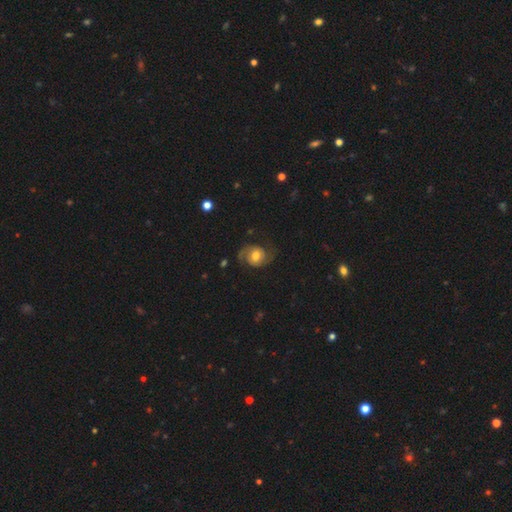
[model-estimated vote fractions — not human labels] smooth_or_featured: featured or disk (p=0.72) [alt: smooth p=0.21]
disk_edge_on: no (p=0.98) [alt: yes p=0.02]
bar: no (p=0.57) [alt: weak p=0.35]
has_spiral_arms: yes (p=0.92) [alt: no p=0.08]
spiral_winding: medium (p=0.47) [alt: loose p=0.33]
spiral_arm_count: 2 (p=0.89) [alt: can't tell p=0.04]
bulge_size: moderate (p=0.65) [alt: large p=0.16]
merging: none (p=0.71) [alt: minor disturbance p=0.17]